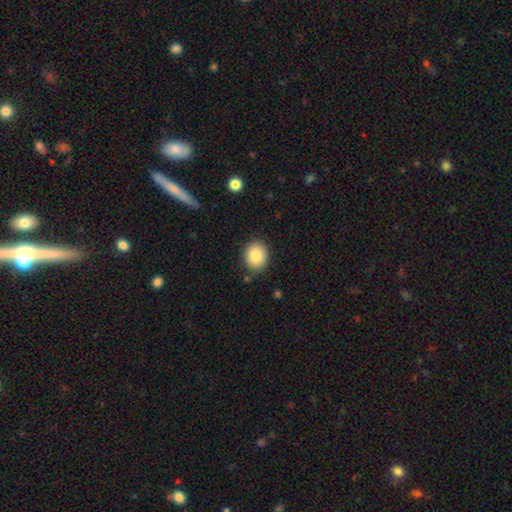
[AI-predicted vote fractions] A smooth galaxy with no disk features (85%) that is round (64%).

Vote fractions:
- Smooth or featured? smooth: 85% / star or artifact: 8% / featured or disk: 7%
- How rounded? round: 64% / in between: 35% / cigar-shaped: 1%
- Merging? none: 86% / minor disturbance: 10% / major disturbance: 2% / merger: 2%